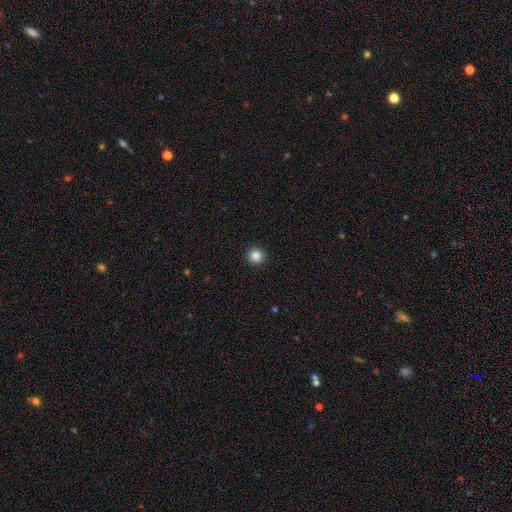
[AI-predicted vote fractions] This is clearly a smooth galaxy (85%). How rounded: clearly round (95%). Merging: clearly none (93%).